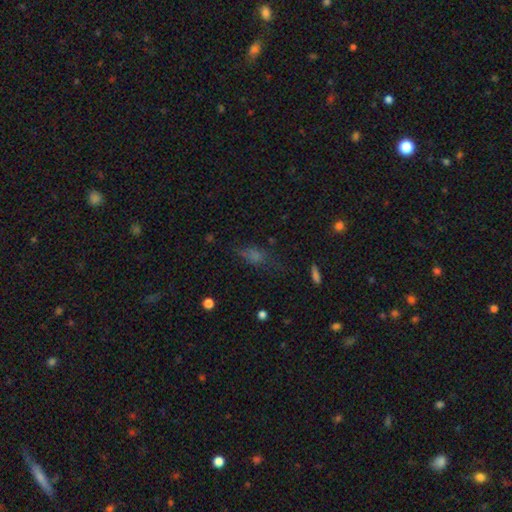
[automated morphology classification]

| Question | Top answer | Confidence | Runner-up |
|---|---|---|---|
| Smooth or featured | smooth | 53% | star or artifact (30%) |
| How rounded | in between | 63% | cigar-shaped (22%) |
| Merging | none | 58% | minor disturbance (23%) |